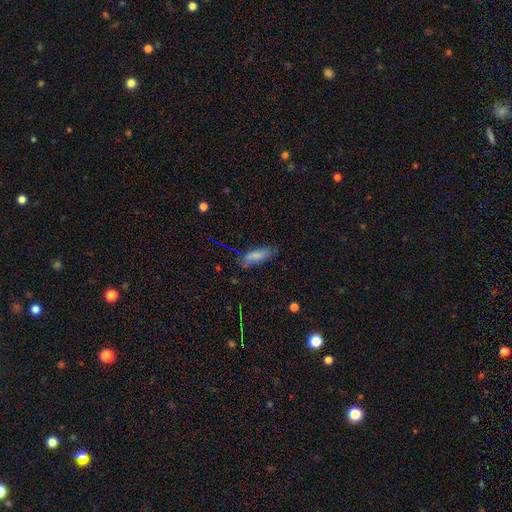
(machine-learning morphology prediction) Smooth or featured? smooth (78%)
How rounded? in between (68%)
Merging? none (69%)